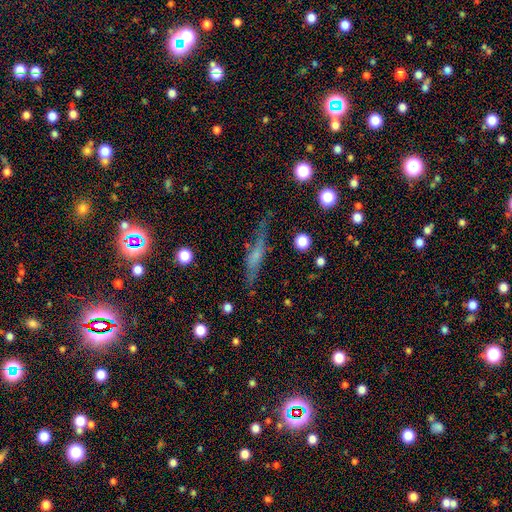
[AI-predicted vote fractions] Overall: featured or disk (44%; smooth 43%). Merging: none (68%).